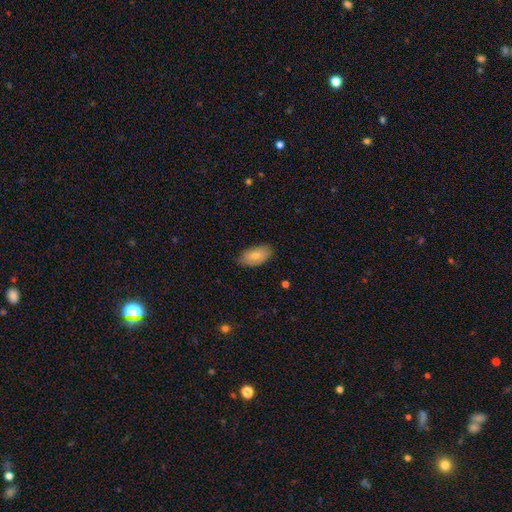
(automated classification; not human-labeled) The model was most divided on "smooth or featured": smooth: 78%, featured or disk: 15%, star or artifact: 7%. More confident: how rounded — in between (93%); merging — none (81%).